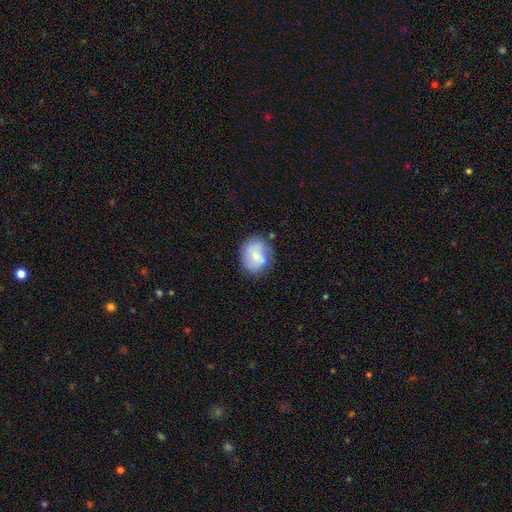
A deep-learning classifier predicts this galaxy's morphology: Q: Smooth or featured?
A: smooth (70%); runner-up: featured or disk (23%)
Q: How rounded?
A: round (56%); runner-up: in between (43%)
Q: Merging?
A: none (64%); runner-up: minor disturbance (24%)